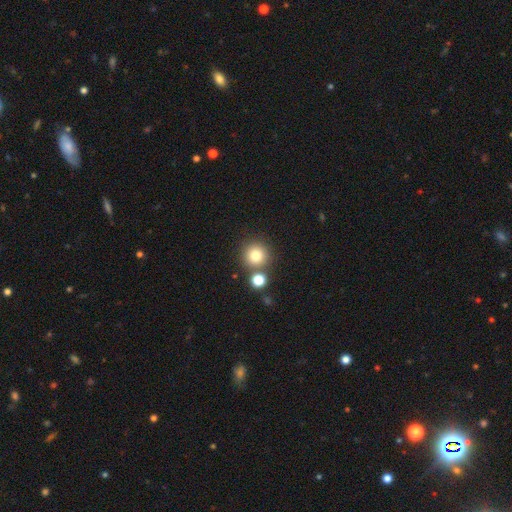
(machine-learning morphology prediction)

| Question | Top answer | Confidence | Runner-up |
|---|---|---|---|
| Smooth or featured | smooth | 79% | star or artifact (13%) |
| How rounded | round | 94% | in between (5%) |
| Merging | none | 75% | merger (15%) |